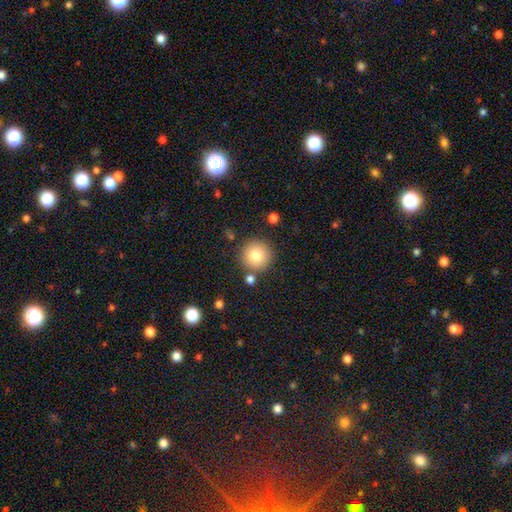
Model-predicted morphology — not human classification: This appears to be a smooth galaxy with no disk features (79%) that is round (95%). Merging: none (84%).